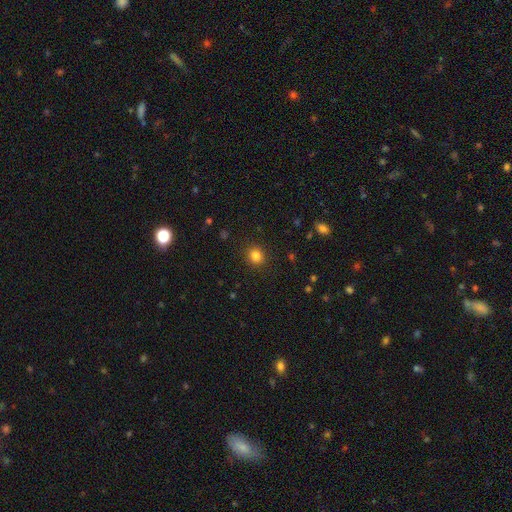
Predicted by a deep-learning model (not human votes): A smooth galaxy with no disk features (83%) that is round (84%). Merging: none (90%).